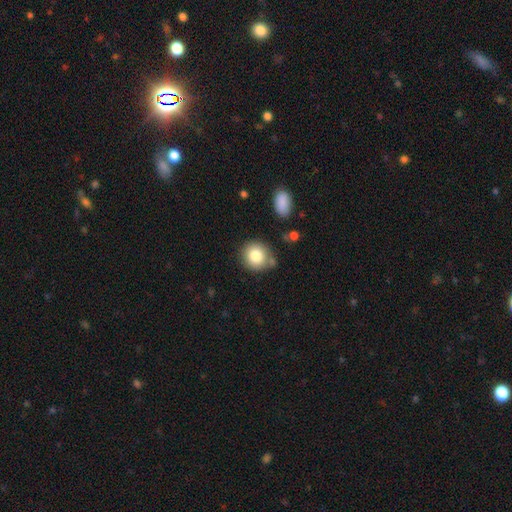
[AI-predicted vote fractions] smooth_or_featured: smooth (p=0.81) [alt: featured or disk p=0.09]
how_rounded: round (p=0.84) [alt: in between p=0.15]
merging: none (p=0.73) [alt: minor disturbance p=0.15]